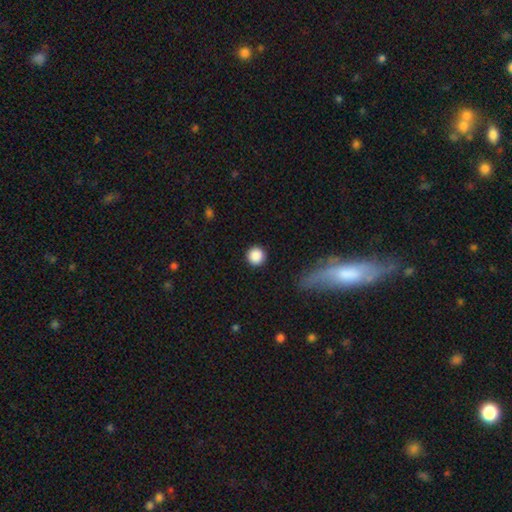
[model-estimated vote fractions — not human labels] The model was most divided on "smooth or featured": smooth: 88%, star or artifact: 9%, featured or disk: 3%. More confident: how rounded — round (95%); merging — none (91%).